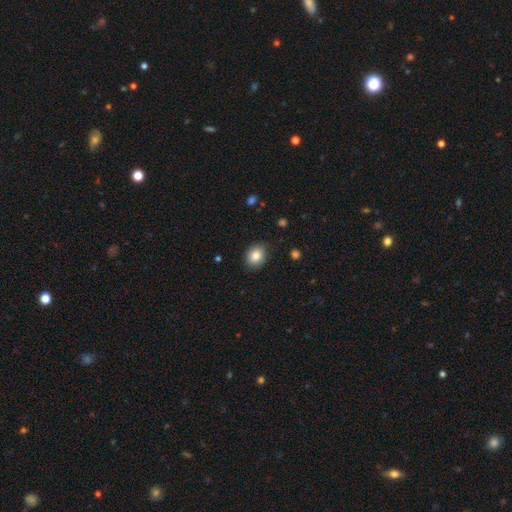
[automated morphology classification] type=smooth (85%); roundness=in between (52%); merging=none (81%).